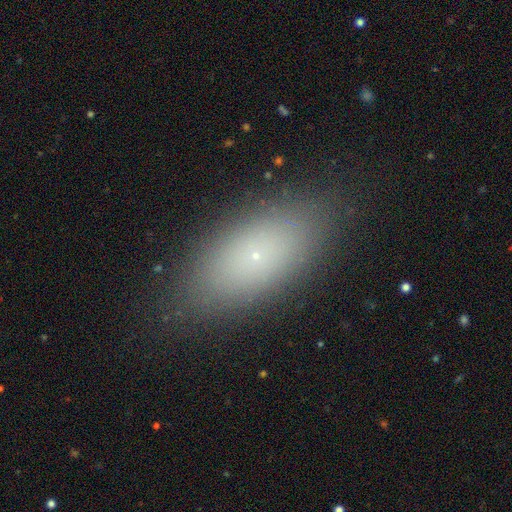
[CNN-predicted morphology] Smooth or featured?
  - smooth: 67% *
  - featured or disk: 20%
  - star or artifact: 13%
How rounded?
  - in between: 83% *
  - cigar-shaped: 11%
  - round: 6%
Merging?
  - none: 84% *
  - minor disturbance: 11%
  - major disturbance: 4%
  - merger: 1%